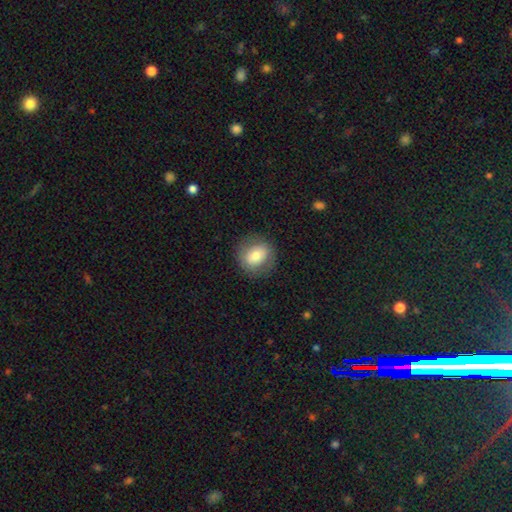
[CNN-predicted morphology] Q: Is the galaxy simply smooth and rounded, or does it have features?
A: smooth — 70%.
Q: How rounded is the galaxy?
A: round — 70%.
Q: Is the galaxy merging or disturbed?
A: none — 82%.